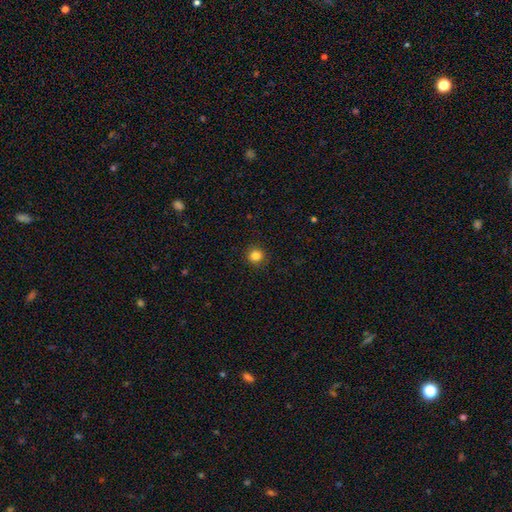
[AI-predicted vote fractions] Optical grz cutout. It shows a smooth galaxy with no disk features (84%) that is round (93%). Merging: none (92%).